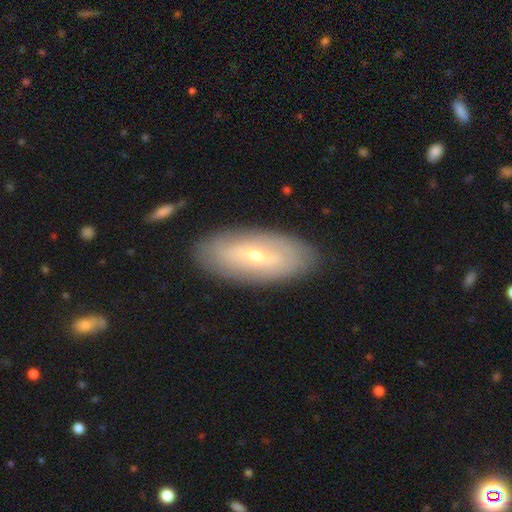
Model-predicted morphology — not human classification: Overall: featured or disk (57%; smooth 37%). Edge-on disk: no (80%). Merging: none (86%).